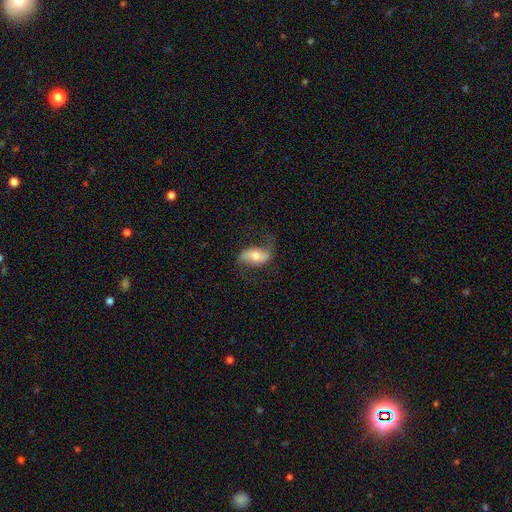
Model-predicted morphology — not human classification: type=featured or disk (68%); edge-on=no (93%); bar=no (40%); spiral arms=yes (91%); winding=loose (75%); arm count=2 (90%); bulge=moderate (58%); merging=none (70%).